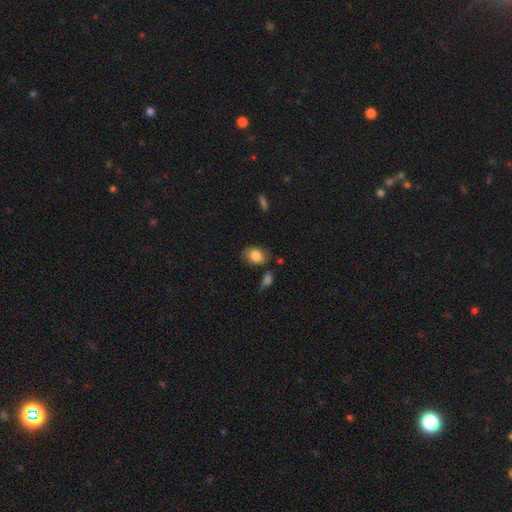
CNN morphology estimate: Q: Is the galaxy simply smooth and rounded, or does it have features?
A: smooth — 82%.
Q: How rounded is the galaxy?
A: in between — 78%.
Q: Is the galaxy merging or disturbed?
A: none — 73%.